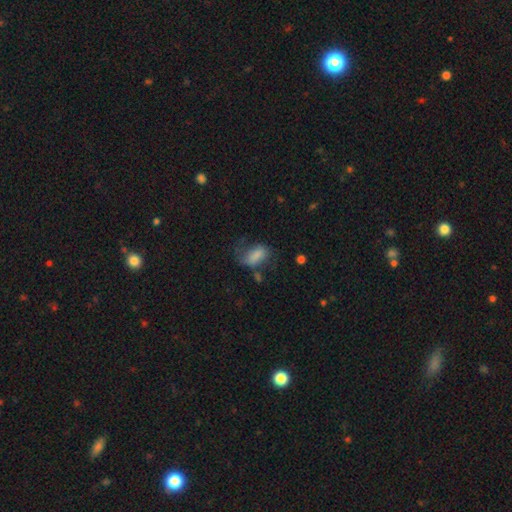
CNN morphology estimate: Q: Smooth or featured?
A: smooth (74%); runner-up: featured or disk (16%)
Q: How rounded?
A: in between (89%); runner-up: round (7%)
Q: Merging?
A: none (36%); runner-up: major disturbance (30%)